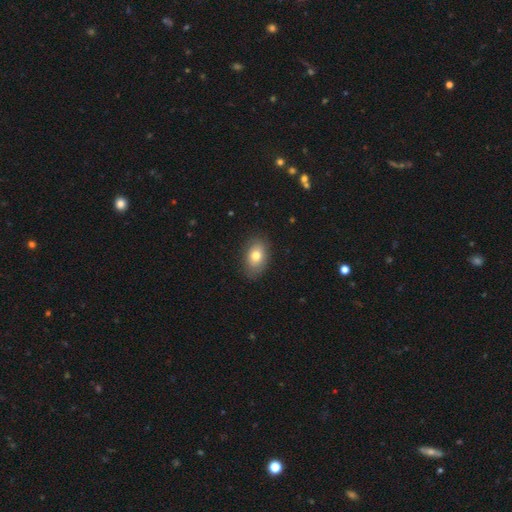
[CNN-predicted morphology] Smooth or featured? smooth (75%)
How rounded? in between (84%)
Merging? none (83%)